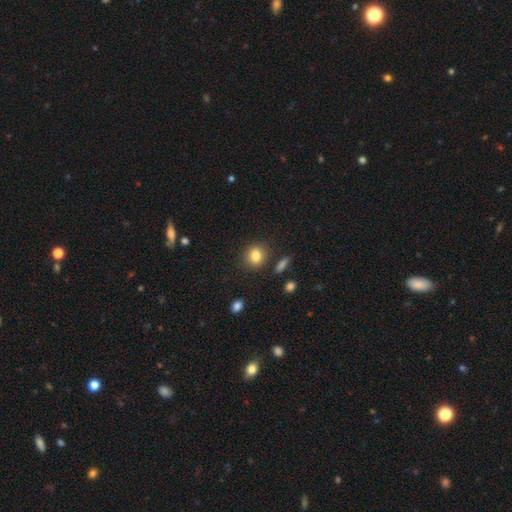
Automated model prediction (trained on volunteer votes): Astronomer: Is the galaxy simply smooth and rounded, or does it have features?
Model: smooth — 83%.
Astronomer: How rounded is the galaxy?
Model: round — 69%.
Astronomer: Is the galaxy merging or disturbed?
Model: none — 84%.